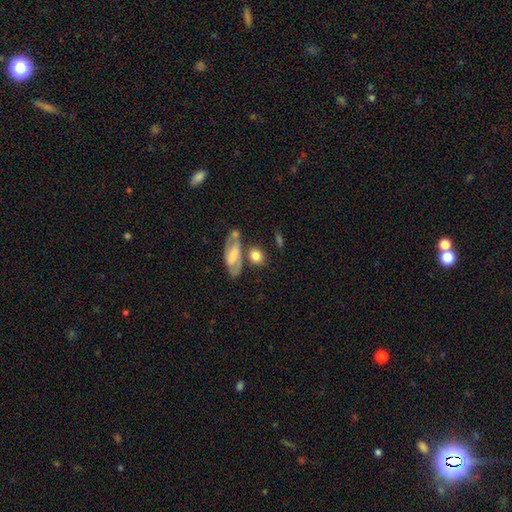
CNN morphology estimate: This appears to be a smooth galaxy with no disk features (72%) that is in between round and cigar-shaped (51%). Merging: none (59%).